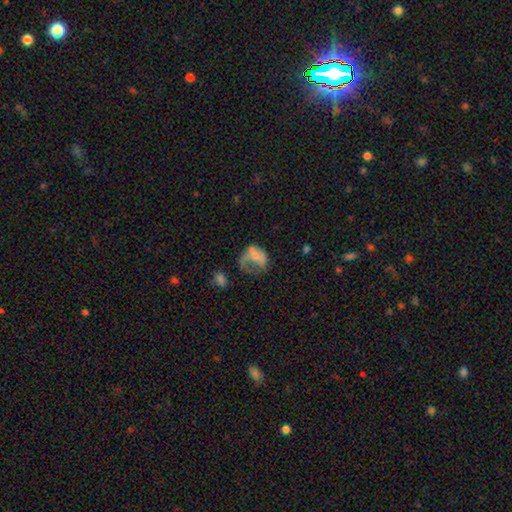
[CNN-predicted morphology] type=smooth (52%); roundness=in between (54%); merging=major disturbance (50%).